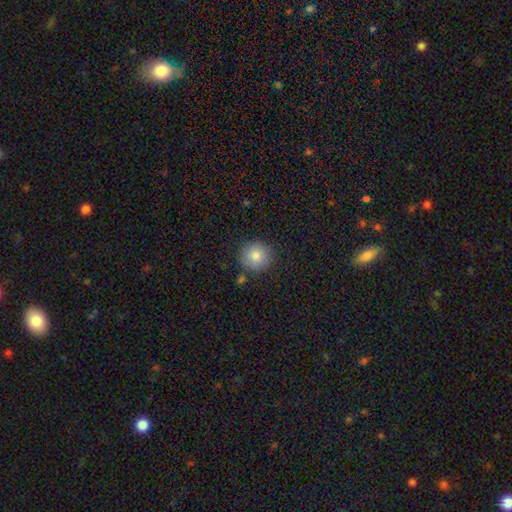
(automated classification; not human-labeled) Morphology: type=smooth (82%); roundness=round (91%); merging=none (84%).